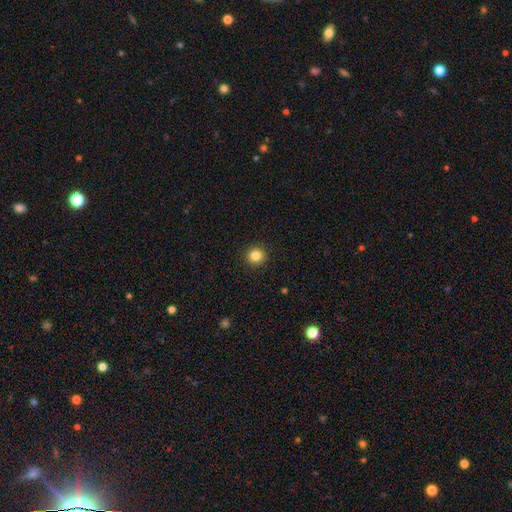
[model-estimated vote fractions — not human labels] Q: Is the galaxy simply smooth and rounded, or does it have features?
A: smooth — 83%.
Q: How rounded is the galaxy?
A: round — 95%.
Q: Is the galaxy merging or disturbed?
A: none — 93%.